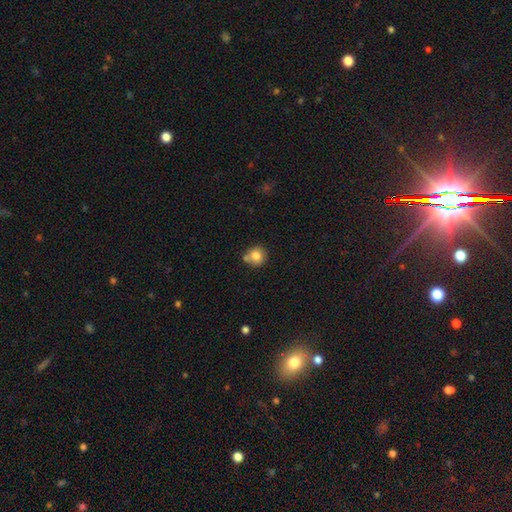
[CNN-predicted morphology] smooth-or-featured: smooth: 79% | featured or disk: 11% | star or artifact: 10%
  how-rounded: round: 88% | in between: 11% | cigar-shaped: 1%
  merging: none: 63% | merger: 19% | minor disturbance: 15% | major disturbance: 4%